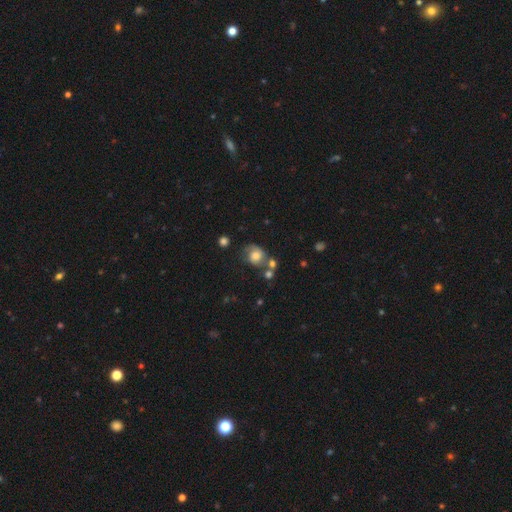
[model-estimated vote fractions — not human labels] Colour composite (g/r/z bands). It shows a smooth galaxy with no disk features (58%) that is round (64%). Merging: none (43%).